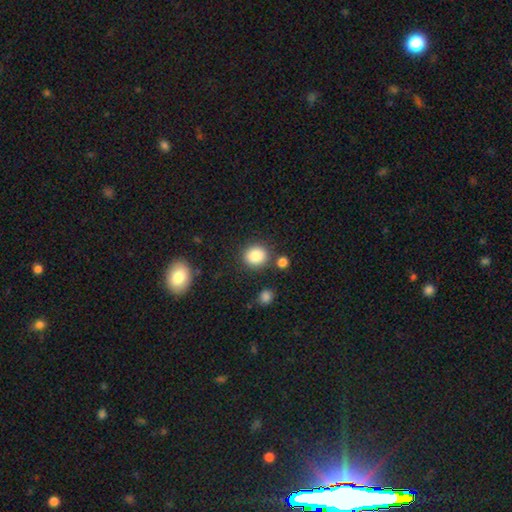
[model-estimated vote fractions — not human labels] Morphology: type=smooth (86%); roundness=round (81%); merging=none (81%).